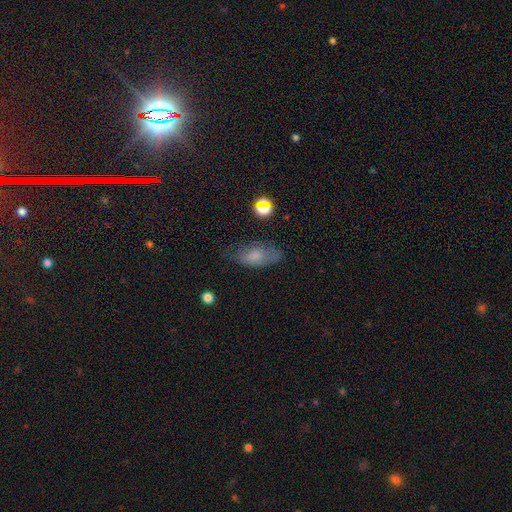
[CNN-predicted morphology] smooth 71%, featured or disk 19%, star or artifact 11%. Down the decision tree: how rounded — in between (85%); merging — none (62%).